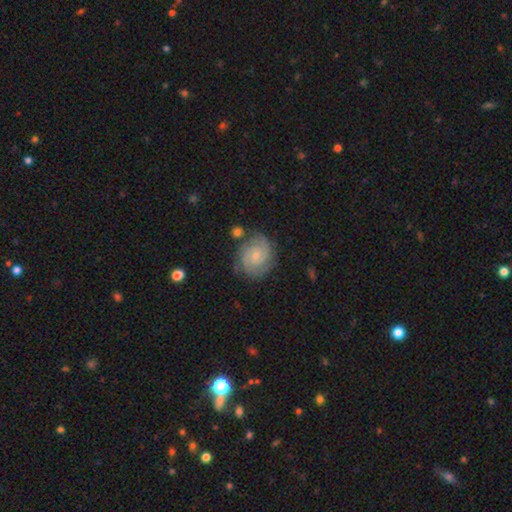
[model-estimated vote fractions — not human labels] This is clearly a featured or disk galaxy (84%). It is clearly not viewed edge-on (98%). Bar: possibly no (54%). Spiral arm pattern: clearly yes (97%). Spiral arm count: likely 2 (67%). Spiral winding: likely tight (66%). Central bulge: likely small (72%). Merging: likely none (77%).